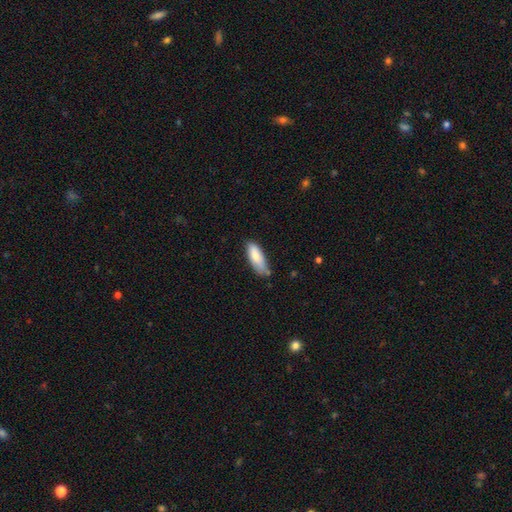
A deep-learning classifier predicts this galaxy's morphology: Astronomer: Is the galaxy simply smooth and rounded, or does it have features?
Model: smooth — 82%.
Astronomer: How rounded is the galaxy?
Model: in between — 66%.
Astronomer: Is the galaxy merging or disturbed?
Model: none — 58%.